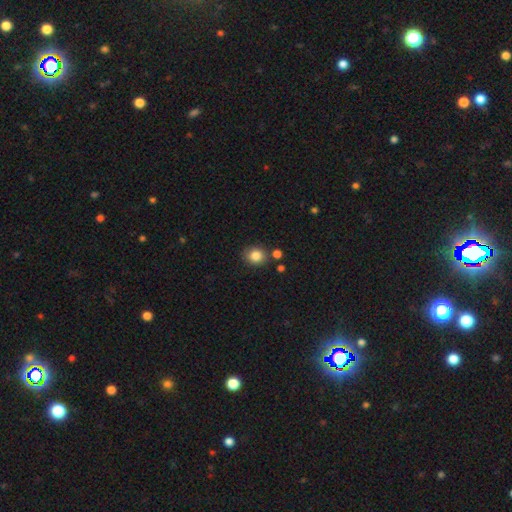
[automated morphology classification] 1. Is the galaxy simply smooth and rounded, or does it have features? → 84% smooth, 10% star or artifact, 6% featured or disk.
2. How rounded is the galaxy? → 74% round, 25% in between, 1% cigar-shaped.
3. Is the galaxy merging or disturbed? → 80% none, 10% minor disturbance, 7% merger, 3% major disturbance.